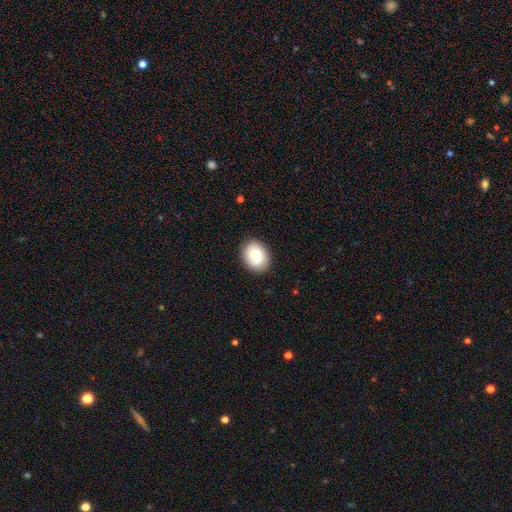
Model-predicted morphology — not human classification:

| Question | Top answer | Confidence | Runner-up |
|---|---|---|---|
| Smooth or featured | smooth | 82% | featured or disk (11%) |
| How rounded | in between | 61% | round (38%) |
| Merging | none | 88% | minor disturbance (9%) |